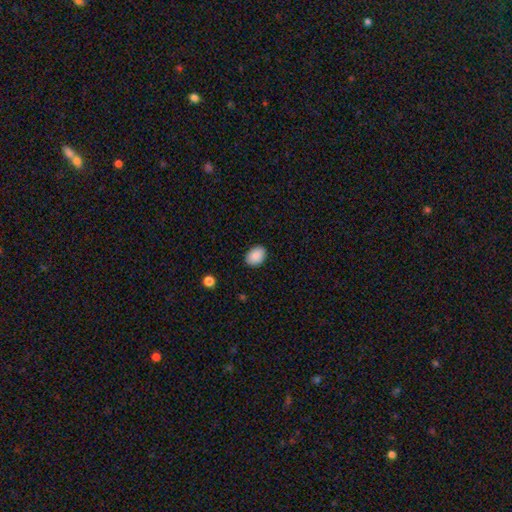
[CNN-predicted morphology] Smooth or featured?
  - smooth: 89% *
  - star or artifact: 7%
  - featured or disk: 4%
How rounded?
  - in between: 71% *
  - round: 28%
  - cigar-shaped: 1%
Merging?
  - none: 87% *
  - minor disturbance: 9%
  - major disturbance: 2%
  - merger: 1%